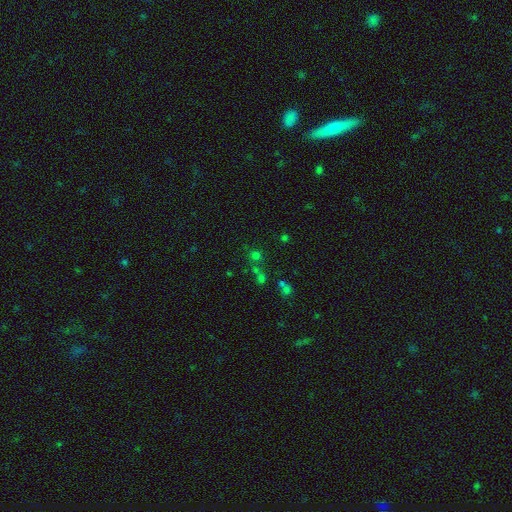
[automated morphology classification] The model was most divided on "smooth or featured": smooth: 52%, star or artifact: 38%, featured or disk: 10%. More confident: how rounded — round (87%); merging — none (61%).